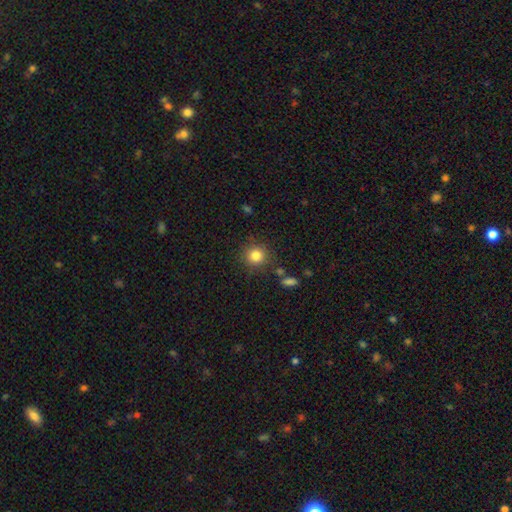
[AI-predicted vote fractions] The model was most divided on "smooth or featured": smooth: 83%, star or artifact: 11%, featured or disk: 6%. More confident: how rounded — round (92%); merging — none (84%).